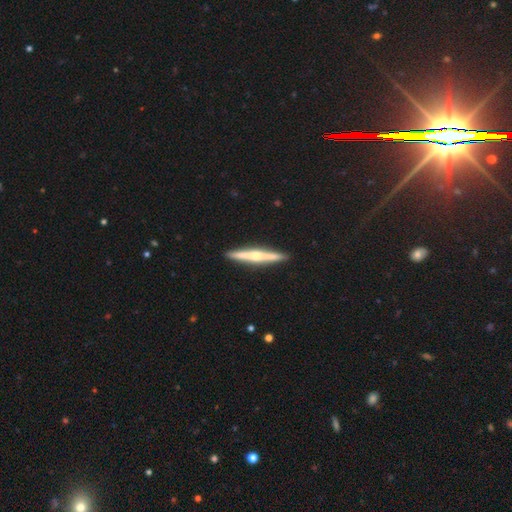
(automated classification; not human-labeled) Smooth or featured? featured or disk (70%)
Edge-on disk? yes (98%)
Edge-on bulge? rounded (82%)
Merging? none (93%)